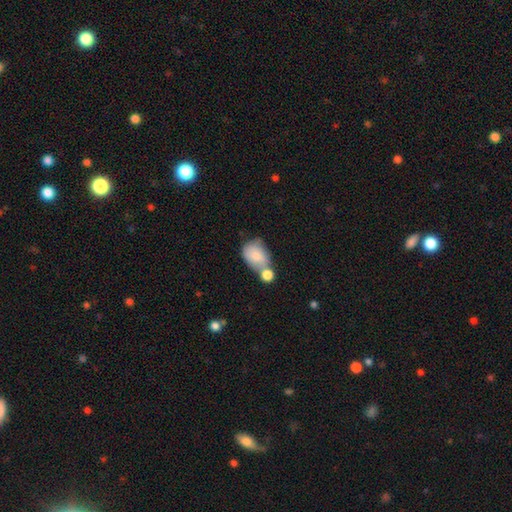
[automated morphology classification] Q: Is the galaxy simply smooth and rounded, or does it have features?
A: smooth — 78%.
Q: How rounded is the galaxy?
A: in between — 71%.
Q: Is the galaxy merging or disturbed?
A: merger — 43%.